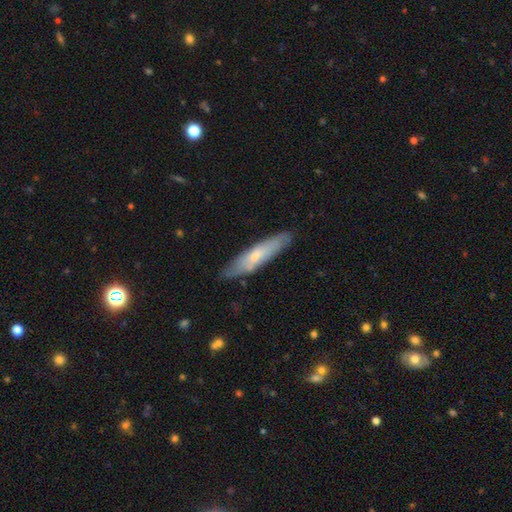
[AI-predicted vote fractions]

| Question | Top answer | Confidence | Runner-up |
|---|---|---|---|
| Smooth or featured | smooth | 55% | featured or disk (39%) |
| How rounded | cigar-shaped | 79% | in between (19%) |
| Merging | none | 81% | minor disturbance (15%) |